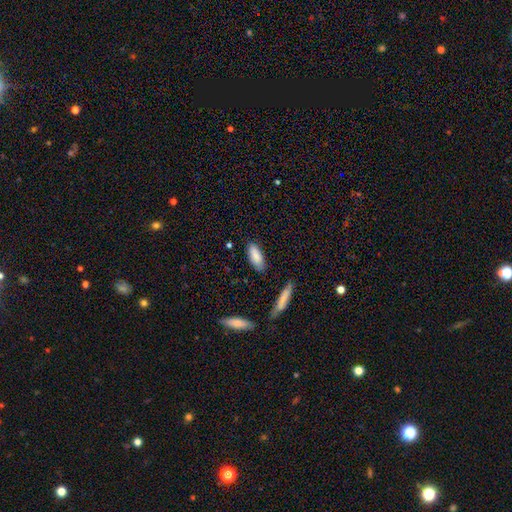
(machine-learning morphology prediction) A smooth galaxy with no disk features (84%) that is in between round and cigar-shaped (75%). Merging: none (80%).